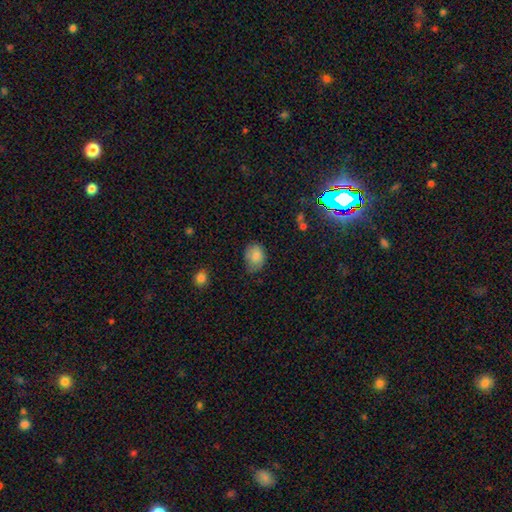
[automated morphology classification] smooth_or_featured: smooth (p=0.83) [alt: star or artifact p=0.09]
how_rounded: in between (p=0.62) [alt: round p=0.37]
merging: none (p=0.60) [alt: minor disturbance p=0.32]